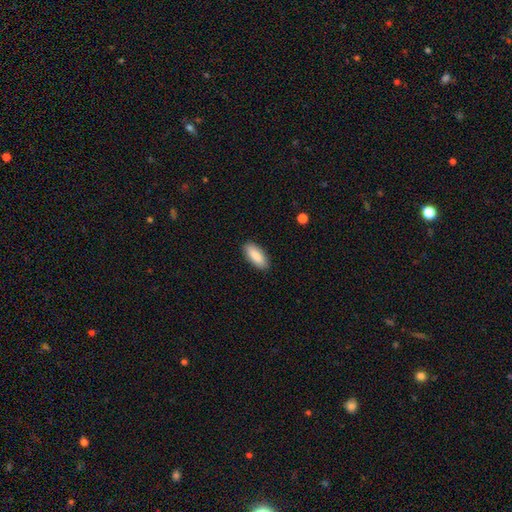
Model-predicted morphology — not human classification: smooth 88%, featured or disk 6%, star or artifact 6%. Down the decision tree: how rounded — in between (79%); merging — none (89%).